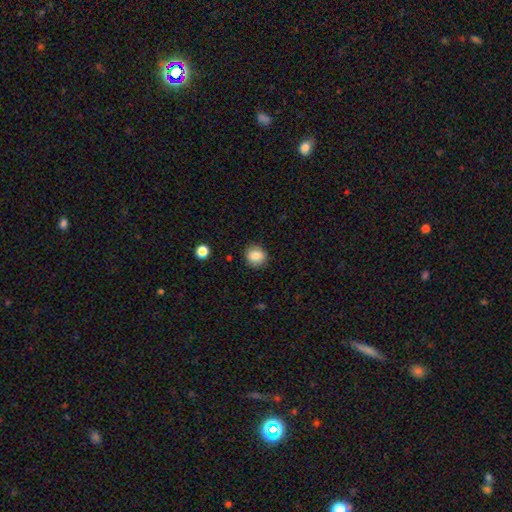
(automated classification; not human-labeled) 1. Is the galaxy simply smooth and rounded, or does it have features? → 86% smooth, 9% star or artifact, 5% featured or disk.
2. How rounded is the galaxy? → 81% round, 18% in between, 1% cigar-shaped.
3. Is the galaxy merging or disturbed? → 88% none, 8% minor disturbance, 2% major disturbance, 1% merger.